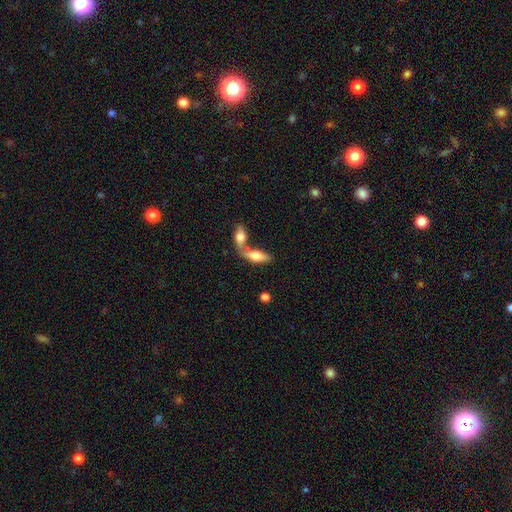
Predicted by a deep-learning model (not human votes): Smooth or featured? smooth (69%)
How rounded? in between (73%)
Merging? merger (59%)